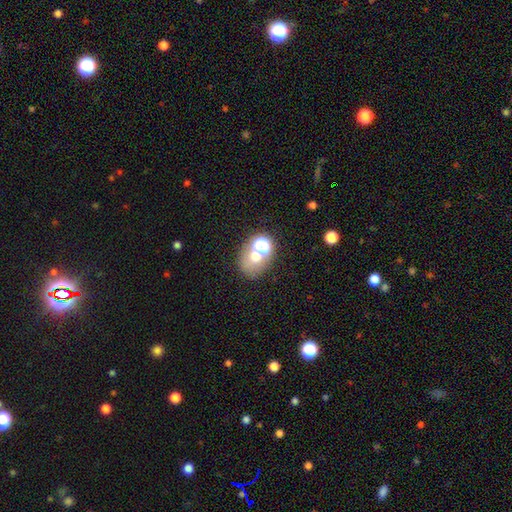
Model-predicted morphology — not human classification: A smooth galaxy with no disk features (54%) that is round (55%). Merging: none (42%).